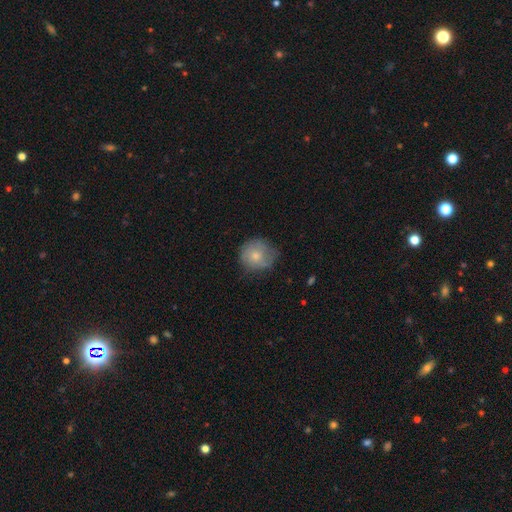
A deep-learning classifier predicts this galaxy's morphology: Q: Smooth or featured?
A: smooth (73%); runner-up: featured or disk (19%)
Q: How rounded?
A: round (86%); runner-up: in between (14%)
Q: Merging?
A: none (62%); runner-up: minor disturbance (28%)